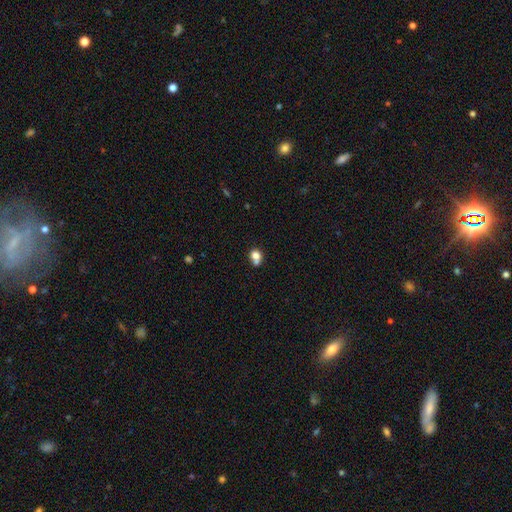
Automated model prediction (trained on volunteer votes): The model was most divided on "merging": none: 45%, merger: 42%, minor disturbance: 9%, major disturbance: 4%. More confident: smooth or featured — smooth (78%); how rounded — round (74%).